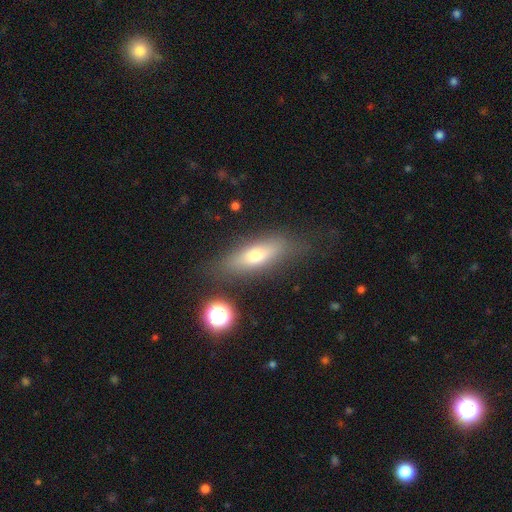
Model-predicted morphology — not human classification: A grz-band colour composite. It shows a smooth galaxy with no disk features (58%) that is cigar-shaped (48%). Merging: none (75%).